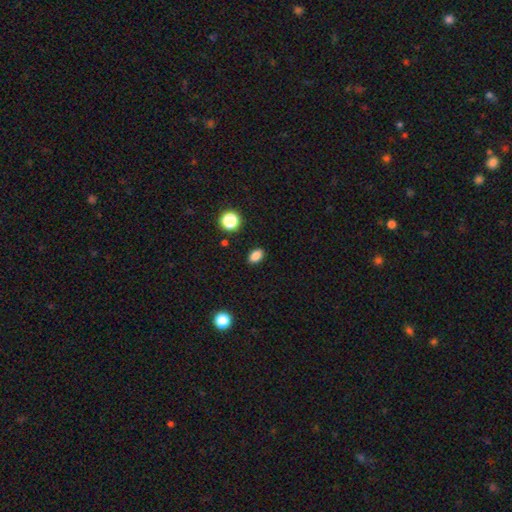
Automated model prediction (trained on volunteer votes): smooth-or-featured: smooth: 85% | star or artifact: 11% | featured or disk: 4%
  how-rounded: in between: 82% | round: 16% | cigar-shaped: 2%
  merging: none: 89% | minor disturbance: 8% | major disturbance: 2% | merger: 1%